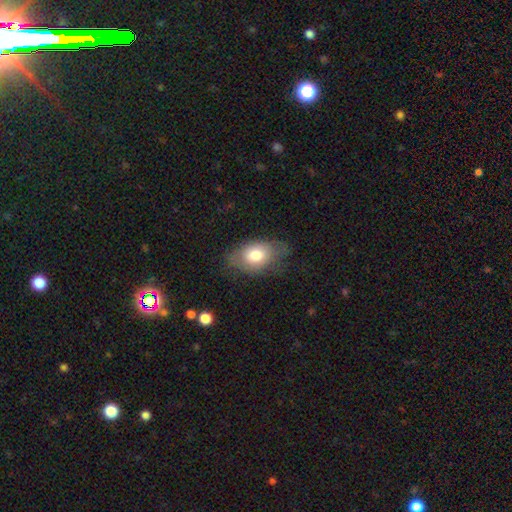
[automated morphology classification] Overall: smooth (74%). How rounded: in between (86%). Merging: none (60%; minor disturbance 28%).